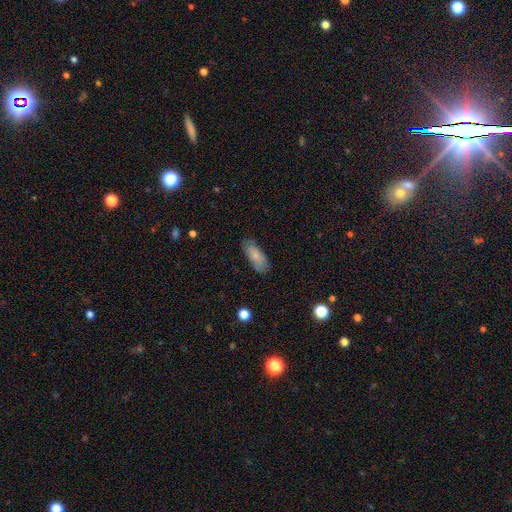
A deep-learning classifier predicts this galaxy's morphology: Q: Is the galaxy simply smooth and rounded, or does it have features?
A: smooth — 77%.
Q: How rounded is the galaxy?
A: in between — 81%.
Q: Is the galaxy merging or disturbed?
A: none — 79%.